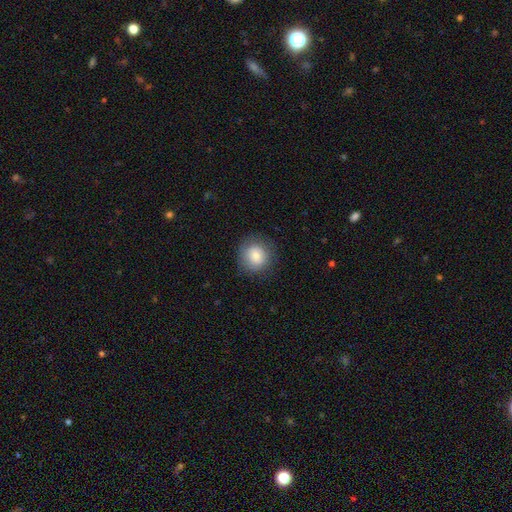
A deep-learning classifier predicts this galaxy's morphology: The model was most divided on "smooth or featured": smooth: 79%, featured or disk: 12%, star or artifact: 9%. More confident: how rounded — round (90%); merging — none (85%).